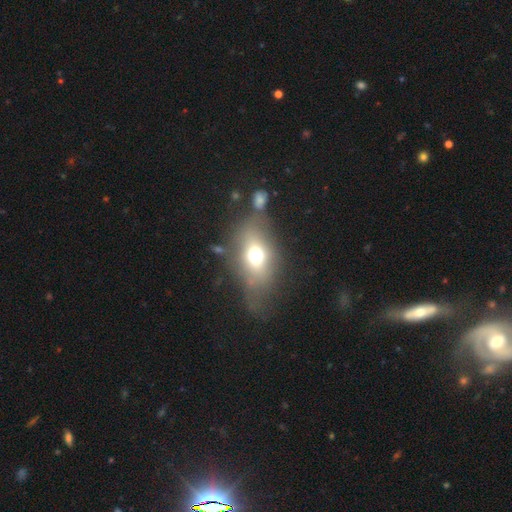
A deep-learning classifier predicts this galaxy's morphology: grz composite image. It shows a smooth galaxy with no disk features (60%) that is in between round and cigar-shaped (68%). Merging: none (48%).